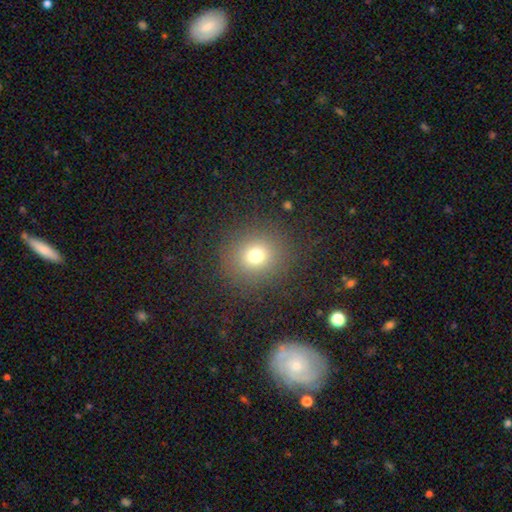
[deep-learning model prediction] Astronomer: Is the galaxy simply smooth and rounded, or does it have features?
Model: smooth — 72%.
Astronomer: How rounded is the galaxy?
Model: round — 88%.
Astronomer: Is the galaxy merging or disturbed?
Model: none — 86%.